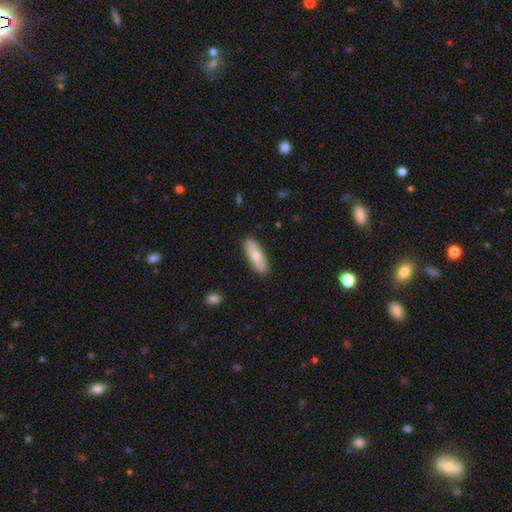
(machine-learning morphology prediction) A smooth galaxy with no disk features (72%) that is in between round and cigar-shaped (57%).

Vote fractions:
- Smooth or featured? smooth: 72% / featured or disk: 22% / star or artifact: 5%
- How rounded? in between: 57% / cigar-shaped: 41% / round: 2%
- Merging? none: 87% / minor disturbance: 10% / major disturbance: 2% / merger: 1%